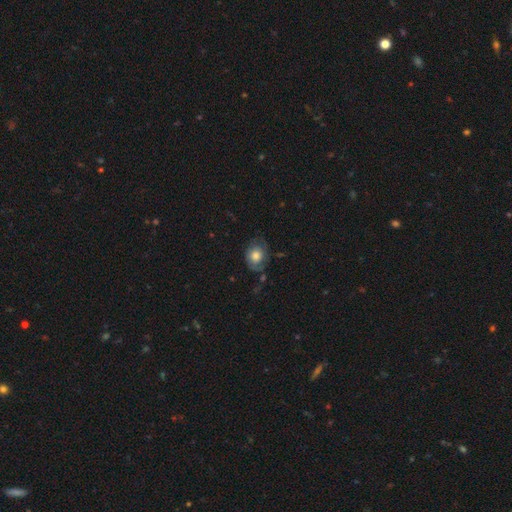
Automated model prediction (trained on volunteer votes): Smooth or featured? smooth (60%)
How rounded? round (51%)
Merging? none (57%)